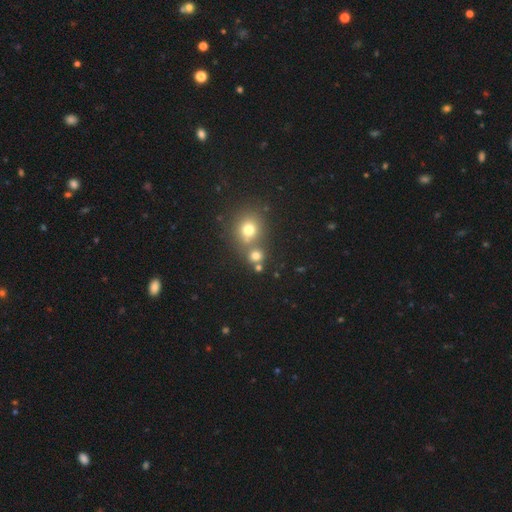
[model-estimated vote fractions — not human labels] smooth 72%, star or artifact 18%, featured or disk 10%. Down the decision tree: how rounded — round (84%); merging — none (54%).